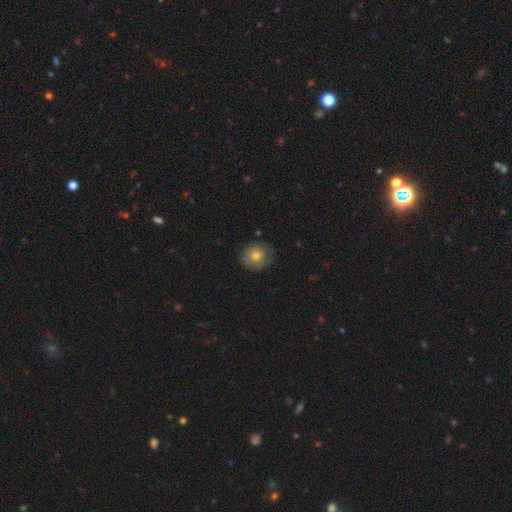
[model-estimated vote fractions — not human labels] Morphology: type=smooth (71%); roundness=round (89%); merging=none (75%).